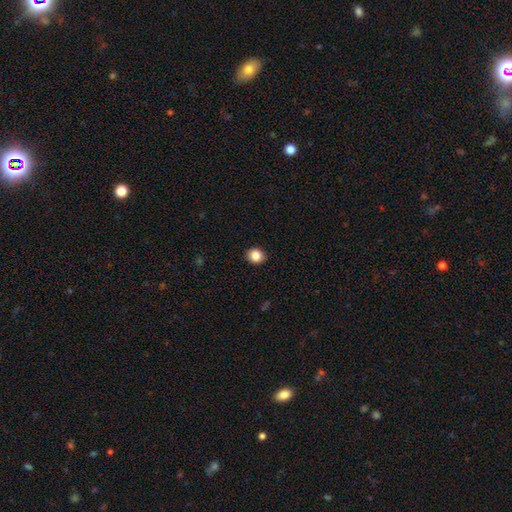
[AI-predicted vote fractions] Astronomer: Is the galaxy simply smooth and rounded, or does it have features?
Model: smooth — 86%.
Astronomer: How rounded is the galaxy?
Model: round — 78%.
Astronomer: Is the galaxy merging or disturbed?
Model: none — 91%.